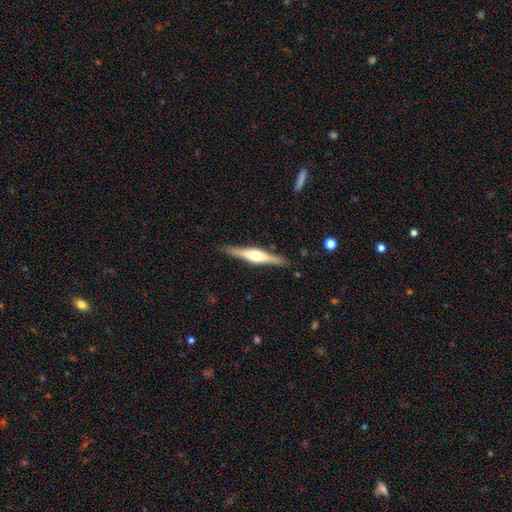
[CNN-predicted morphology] Smooth or featured: featured or disk — 73% (smooth — 22%)
Edge-on disk: yes — 97% (no — 3%)
Edge-on bulge: rounded — 91% (boxy — 6%)
Merging: none — 89% (minor disturbance — 8%)